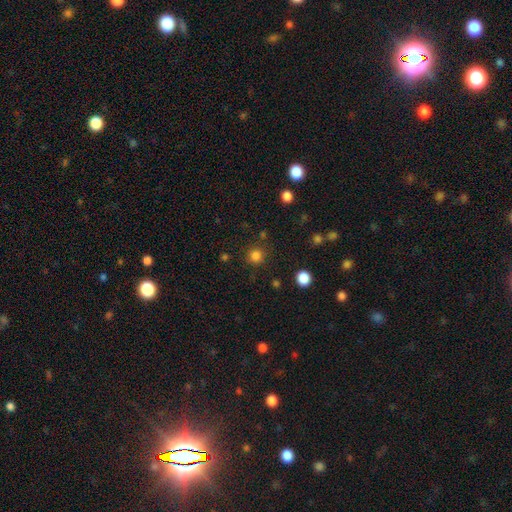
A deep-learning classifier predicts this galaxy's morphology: The model was most divided on "smooth or featured": smooth: 82%, star or artifact: 15%, featured or disk: 4%. More confident: how rounded — round (93%); merging — none (87%).